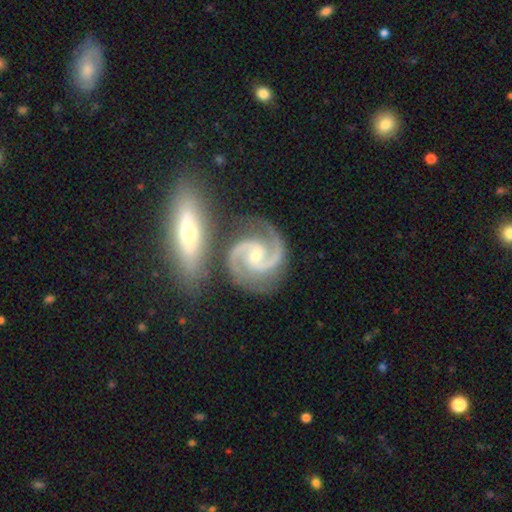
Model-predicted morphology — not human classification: smooth_or_featured: featured or disk (p=0.93) [alt: star or artifact p=0.04]
disk_edge_on: no (p=0.98) [alt: yes p=0.02]
bar: no (p=0.54) [alt: weak p=0.35]
has_spiral_arms: yes (p=0.99) [alt: no p=0.01]
spiral_winding: medium (p=0.63) [alt: tight p=0.29]
spiral_arm_count: 2 (p=0.91) [alt: 3 p=0.05]
bulge_size: small (p=0.50) [alt: moderate p=0.46]
merging: none (p=0.66) [alt: minor disturbance p=0.15]